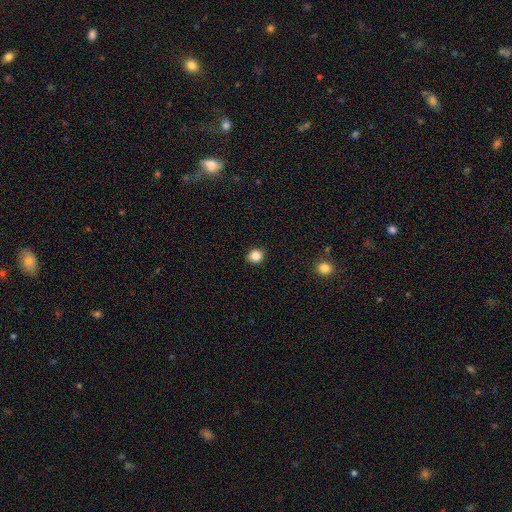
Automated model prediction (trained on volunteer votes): Smooth or featured: smooth — 85% (star or artifact — 11%)
How rounded: round — 84% (in between — 15%)
Merging: none — 90% (minor disturbance — 7%)